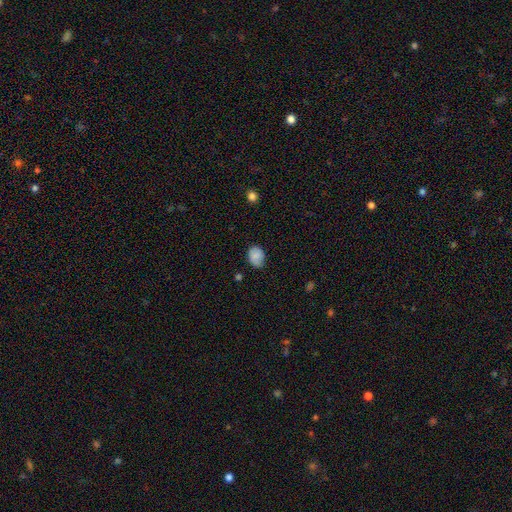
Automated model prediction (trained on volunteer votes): Overall: smooth (79%). How rounded: in between (62%; round 37%). Merging: none (65%; minor disturbance 28%).